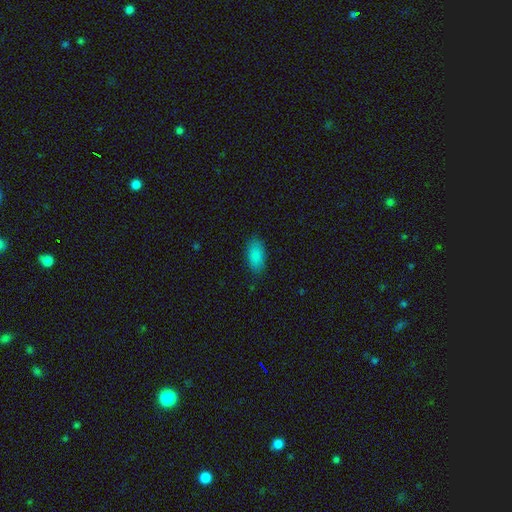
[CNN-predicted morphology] A smooth galaxy with no disk features (87%) that is in between round and cigar-shaped (91%). Merging: none (85%).